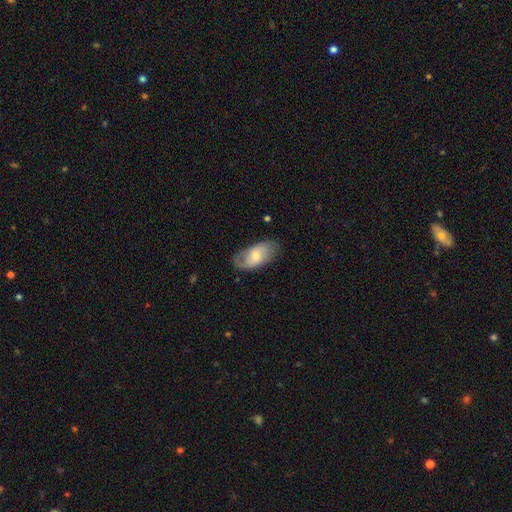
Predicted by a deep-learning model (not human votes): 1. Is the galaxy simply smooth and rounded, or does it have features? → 50% smooth, 44% featured or disk, 6% star or artifact.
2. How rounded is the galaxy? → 92% in between, 4% round, 4% cigar-shaped.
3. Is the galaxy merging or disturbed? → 73% none, 20% minor disturbance, 6% major disturbance, 1% merger.